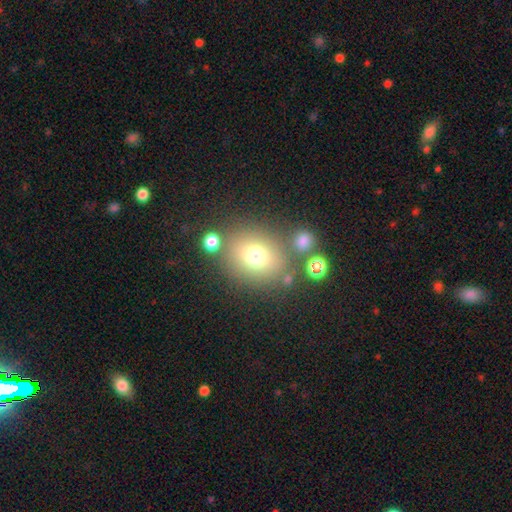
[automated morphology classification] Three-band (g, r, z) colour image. It shows a smooth galaxy with no disk features (72%) that is round (67%). Merging: none (72%).